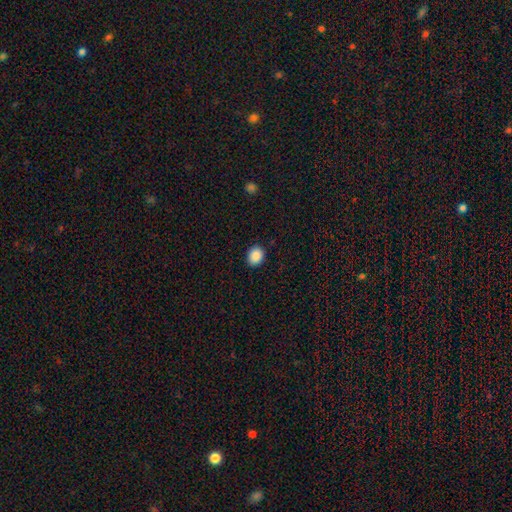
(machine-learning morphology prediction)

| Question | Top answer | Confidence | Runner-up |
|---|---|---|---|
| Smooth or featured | smooth | 89% | star or artifact (9%) |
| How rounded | round | 56% | in between (43%) |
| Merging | none | 90% | minor disturbance (7%) |